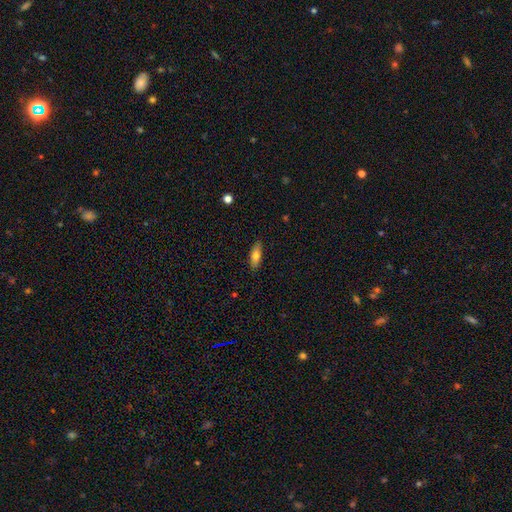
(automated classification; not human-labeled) Smooth or featured?
  - smooth: 71% *
  - featured or disk: 22%
  - star or artifact: 7%
How rounded?
  - in between: 62% *
  - cigar-shaped: 35%
  - round: 3%
Merging?
  - none: 88% *
  - minor disturbance: 9%
  - major disturbance: 2%
  - merger: 1%